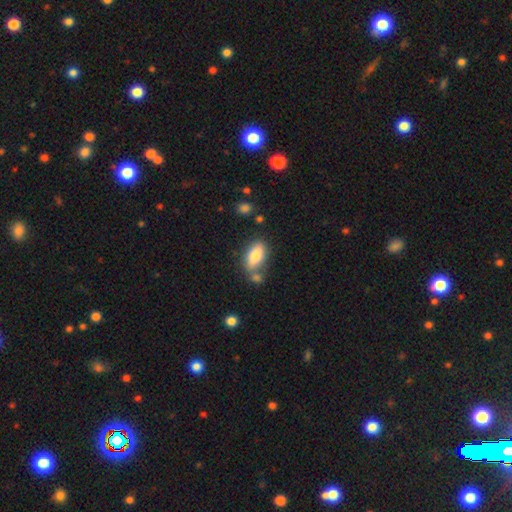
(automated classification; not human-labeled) Morphology: type=smooth (79%); roundness=in between (89%); merging=none (60%).